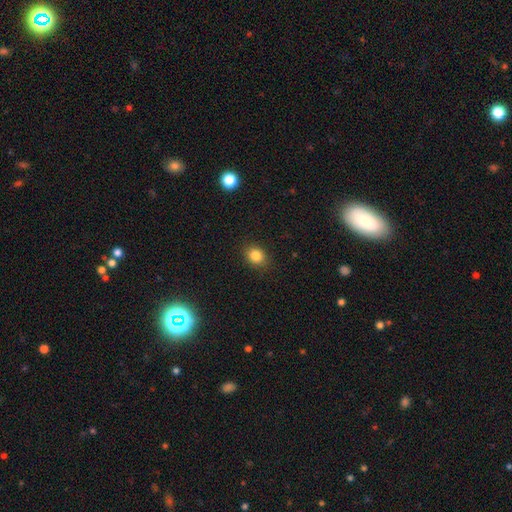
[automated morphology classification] A smooth galaxy with no disk features (84%) that is round (56%). Merging: none (87%).